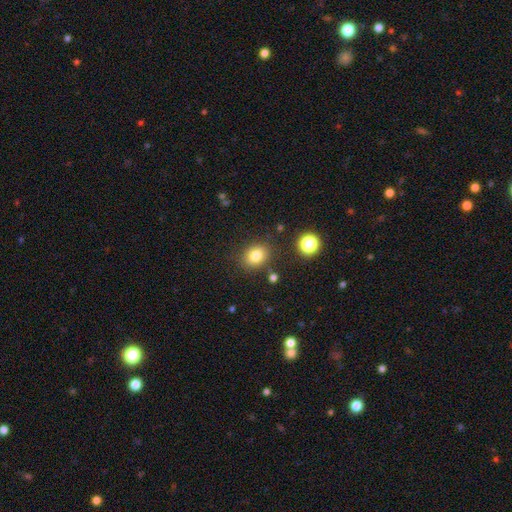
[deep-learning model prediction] A smooth galaxy with no disk features (81%) that is round (50%).

Vote fractions:
- Smooth or featured? smooth: 81% / star or artifact: 12% / featured or disk: 7%
- How rounded? round: 50% / in between: 49% / cigar-shaped: 1%
- Merging? none: 82% / minor disturbance: 10% / merger: 4% / major disturbance: 3%